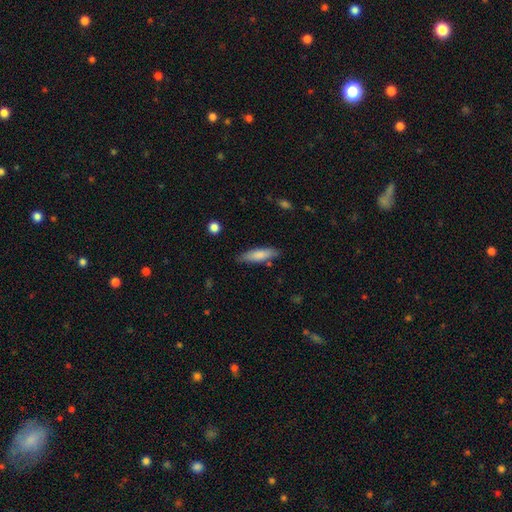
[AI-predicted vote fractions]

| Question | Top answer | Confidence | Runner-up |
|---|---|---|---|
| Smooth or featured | smooth | 74% | featured or disk (19%) |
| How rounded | cigar-shaped | 70% | in between (28%) |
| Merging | none | 83% | minor disturbance (13%) |